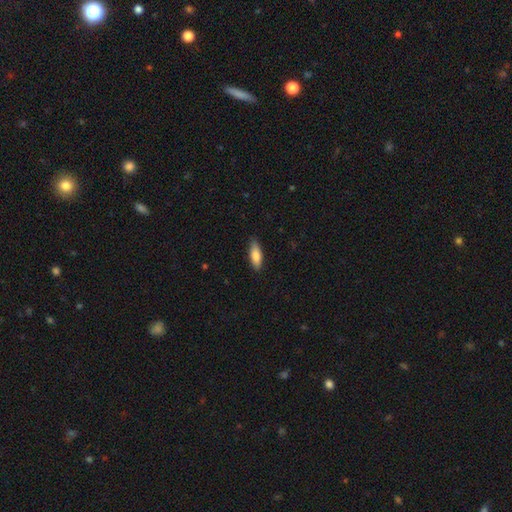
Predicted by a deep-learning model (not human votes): Overall: smooth (81%). How rounded: in between (63%; cigar-shaped 35%). Merging: none (86%).